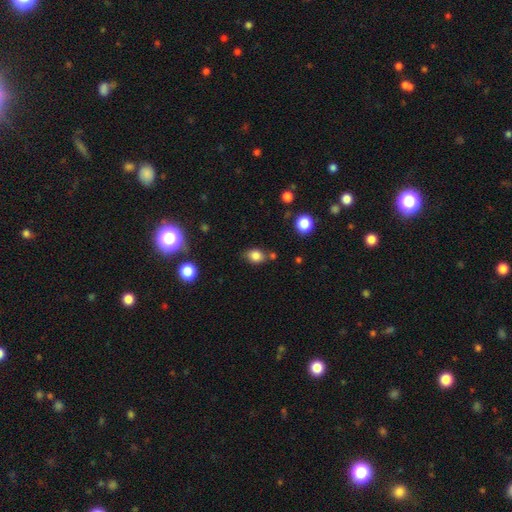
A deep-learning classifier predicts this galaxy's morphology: smooth 82%, star or artifact 11%, featured or disk 7%. Down the decision tree: how rounded — in between (60%); merging — none (70%).